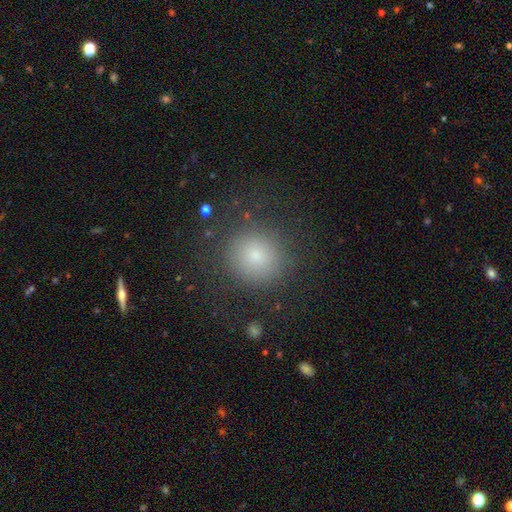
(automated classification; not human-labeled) A smooth galaxy with no disk features (76%) that is round (89%).

Vote fractions:
- Smooth or featured? smooth: 76% / star or artifact: 14% / featured or disk: 10%
- How rounded? round: 89% / in between: 10% / cigar-shaped: 1%
- Merging? none: 82% / minor disturbance: 10% / major disturbance: 6% / merger: 1%